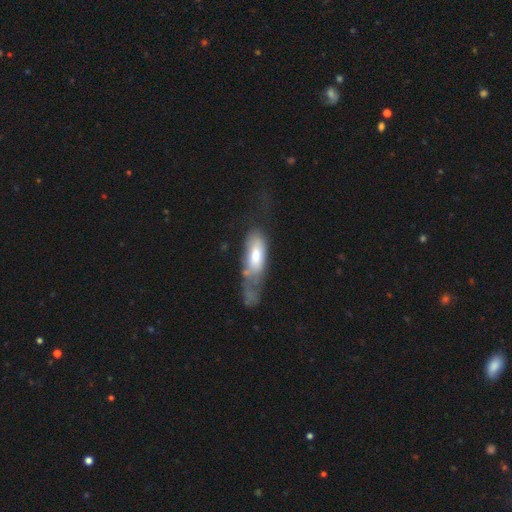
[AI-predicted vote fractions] Smooth or featured? Predicted: smooth (p=0.56). How rounded? Predicted: in between (p=0.70). Merging? Predicted: major disturbance (p=0.45).